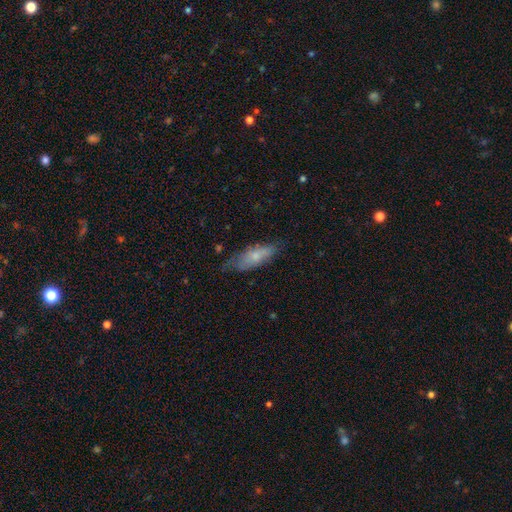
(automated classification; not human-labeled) smooth_or_featured: smooth (p=0.65) [alt: featured or disk p=0.28]
how_rounded: in between (p=0.62) [alt: cigar-shaped p=0.36]
merging: none (p=0.55) [alt: minor disturbance p=0.33]